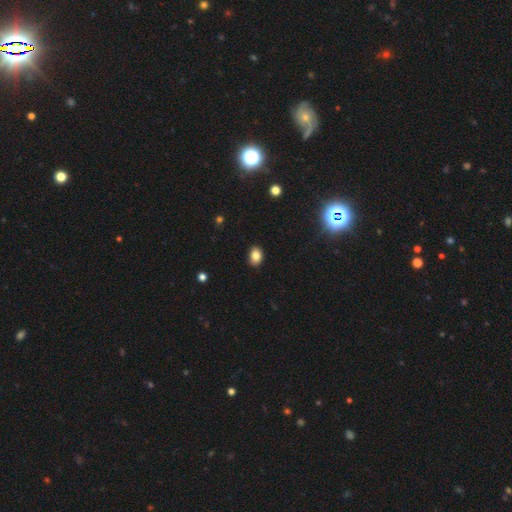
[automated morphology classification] Smooth or featured: smooth — 82% (star or artifact — 10%)
How rounded: in between — 76% (round — 23%)
Merging: none — 88% (minor disturbance — 9%)